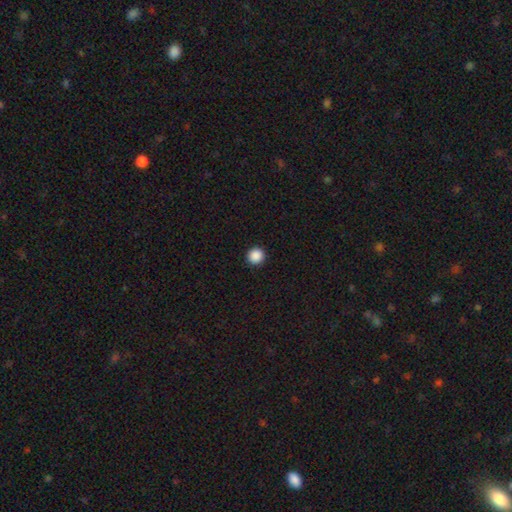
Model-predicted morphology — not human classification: This appears to be a smooth galaxy with no disk features (88%) that is round (96%). Merging: none (93%).